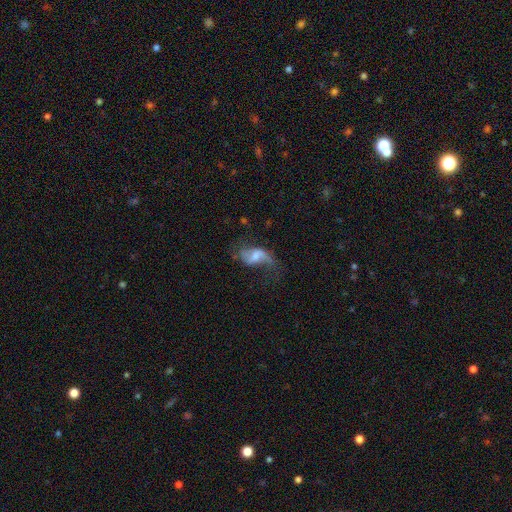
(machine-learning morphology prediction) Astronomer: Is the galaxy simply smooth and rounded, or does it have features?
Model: featured or disk — 67%.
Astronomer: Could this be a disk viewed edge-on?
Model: no — 96%.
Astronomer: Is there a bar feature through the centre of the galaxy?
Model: weak — 49% (runner-up: no, 29%).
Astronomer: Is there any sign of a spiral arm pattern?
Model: yes — 83%.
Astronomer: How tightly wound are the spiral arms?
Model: loose — 78%.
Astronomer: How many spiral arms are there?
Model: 2 — 74%.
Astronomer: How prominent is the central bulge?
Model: moderate — 37% (runner-up: small, 35%).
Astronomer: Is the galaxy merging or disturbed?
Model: none — 38% (runner-up: major disturbance, 35%).